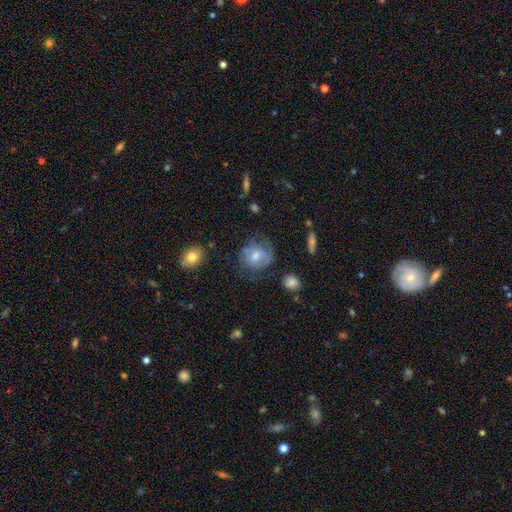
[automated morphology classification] featured or disk 46%, smooth 45%, star or artifact 9%. Down the decision tree: merging — none (55%).